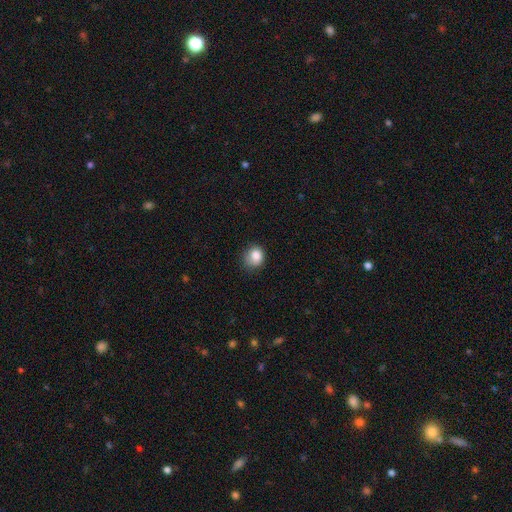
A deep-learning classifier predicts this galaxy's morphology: Smooth or featured? Predicted: smooth (p=0.85). How rounded? Predicted: round (p=0.73). Merging? Predicted: none (p=0.64).